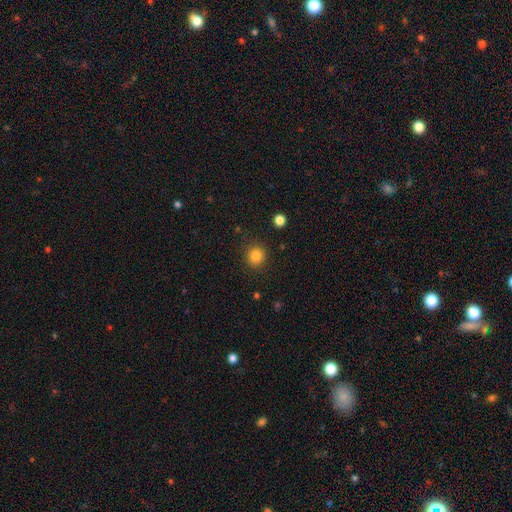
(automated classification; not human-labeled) Smooth or featured? Predicted: smooth (p=0.84). How rounded? Predicted: round (p=0.90). Merging? Predicted: none (p=0.88).